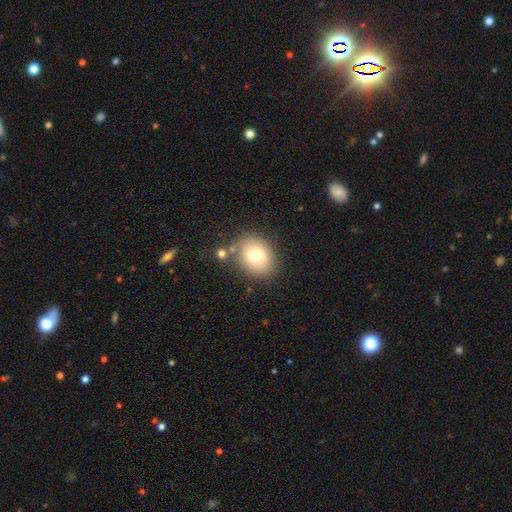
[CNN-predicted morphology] Q: Smooth or featured?
A: smooth (76%); runner-up: featured or disk (14%)
Q: How rounded?
A: round (55%); runner-up: in between (44%)
Q: Merging?
A: none (76%); runner-up: minor disturbance (12%)